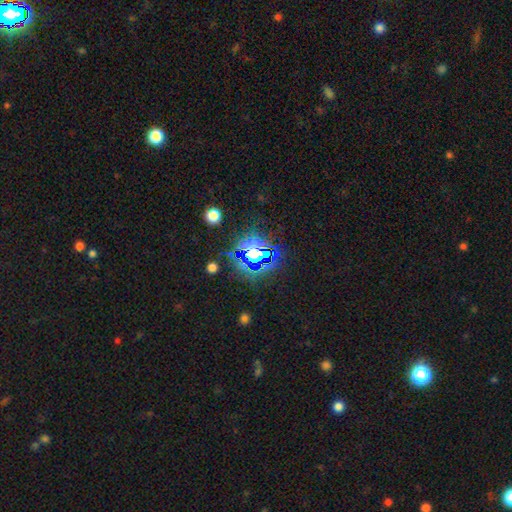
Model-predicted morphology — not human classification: The model was most divided on "smooth or featured": star or artifact: 74%, smooth: 16%, featured or disk: 10%.